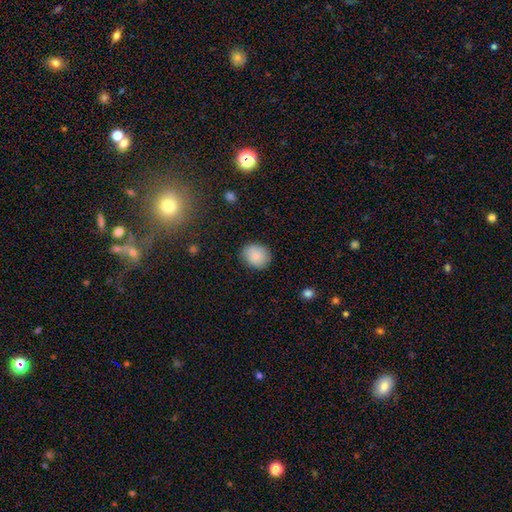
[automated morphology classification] Q: Smooth or featured?
A: smooth (85%); runner-up: star or artifact (8%)
Q: How rounded?
A: round (69%); runner-up: in between (31%)
Q: Merging?
A: none (83%); runner-up: minor disturbance (13%)